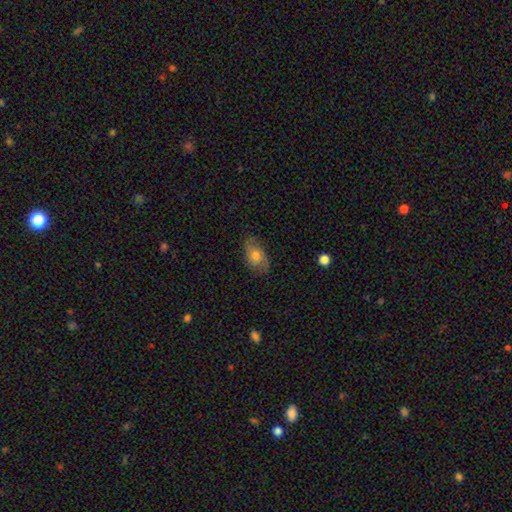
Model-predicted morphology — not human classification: Smooth or featured? Predicted: smooth (p=0.69). How rounded? Predicted: in between (p=0.90). Merging? Predicted: none (p=0.75).